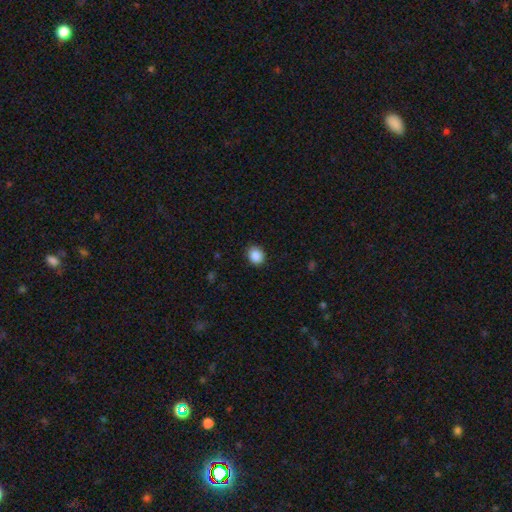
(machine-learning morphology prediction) type=smooth (88%); roundness=round (69%); merging=none (88%).